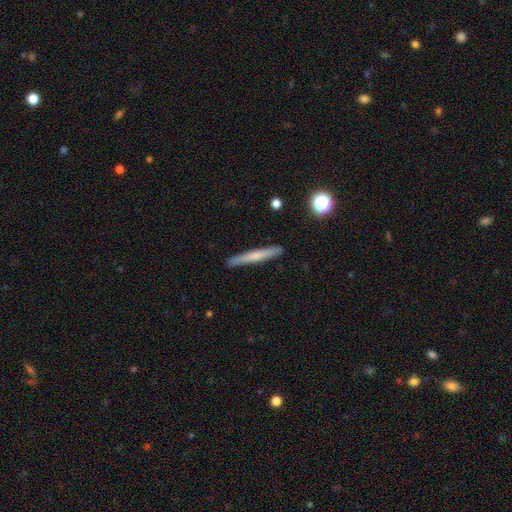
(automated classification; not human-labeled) Overall: smooth (57%; featured or disk 36%). How rounded: cigar-shaped (96%). Merging: none (90%).